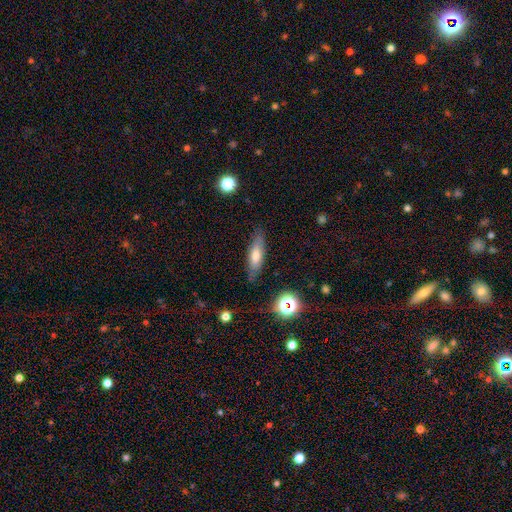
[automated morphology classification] Smooth or featured? Predicted: smooth (p=0.64). How rounded? Predicted: cigar-shaped (p=0.50). Merging? Predicted: none (p=0.81).